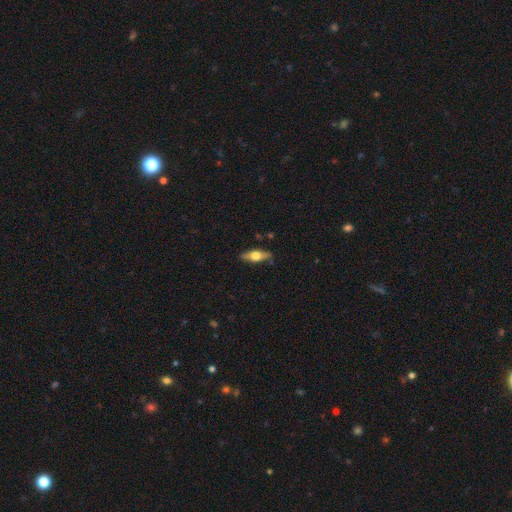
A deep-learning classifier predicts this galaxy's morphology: Overall: featured or disk (50%; smooth 44%). Edge-on disk: yes (89%). Merging: none (85%).